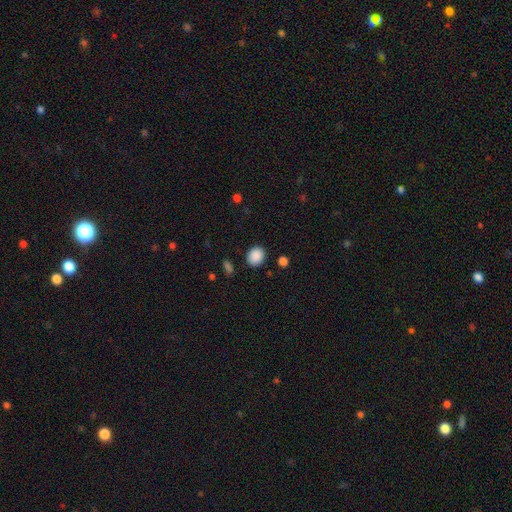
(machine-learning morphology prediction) Smooth or featured: smooth — 89% (star or artifact — 8%)
How rounded: round — 64% (in between — 35%)
Merging: none — 86% (minor disturbance — 9%)